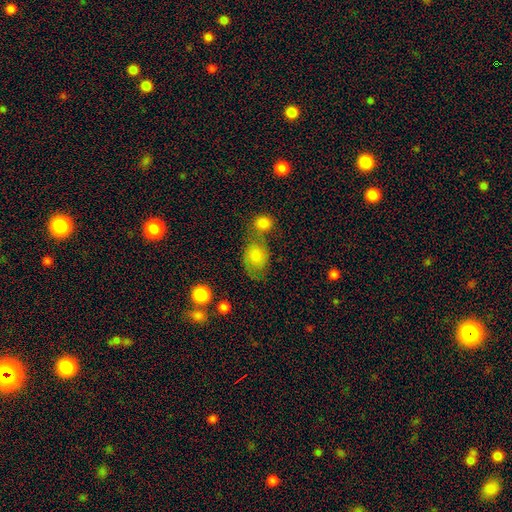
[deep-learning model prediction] smooth 77%, featured or disk 14%, star or artifact 10%. Down the decision tree: how rounded — in between (59%); merging — none (45%).